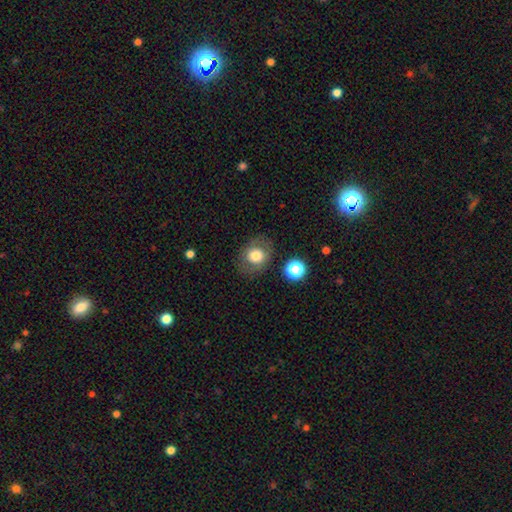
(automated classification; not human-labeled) A smooth galaxy with no disk features (73%) that is round (63%). Merging: none (78%).